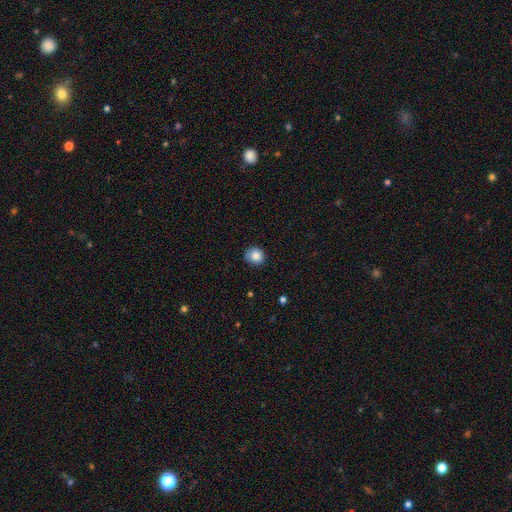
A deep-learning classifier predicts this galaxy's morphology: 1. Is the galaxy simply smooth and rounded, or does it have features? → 84% smooth, 9% star or artifact, 7% featured or disk.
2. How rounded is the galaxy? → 87% round, 12% in between, 1% cigar-shaped.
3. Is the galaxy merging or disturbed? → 83% none, 14% minor disturbance, 3% major disturbance, 1% merger.